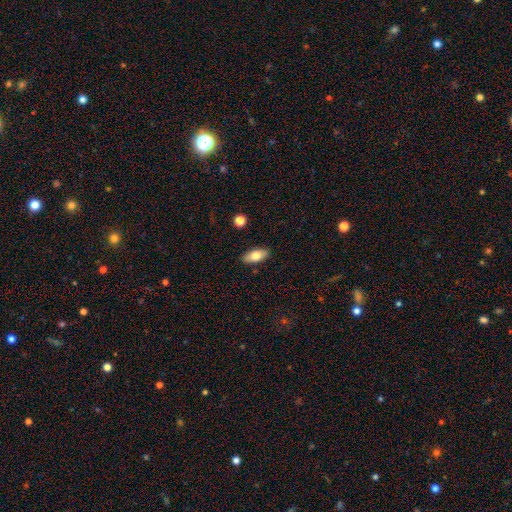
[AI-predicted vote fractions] smooth_or_featured: smooth (p=0.73) [alt: featured or disk p=0.20]
how_rounded: in between (p=0.87) [alt: cigar-shaped p=0.10]
merging: none (p=0.88) [alt: minor disturbance p=0.09]